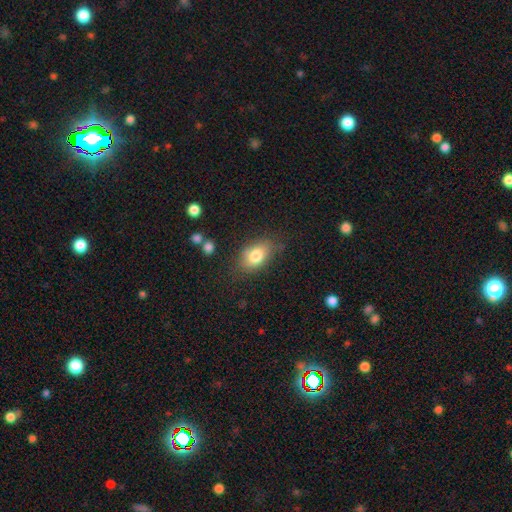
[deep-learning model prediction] Overall: smooth (80%). How rounded: in between (85%). Merging: none (72%).